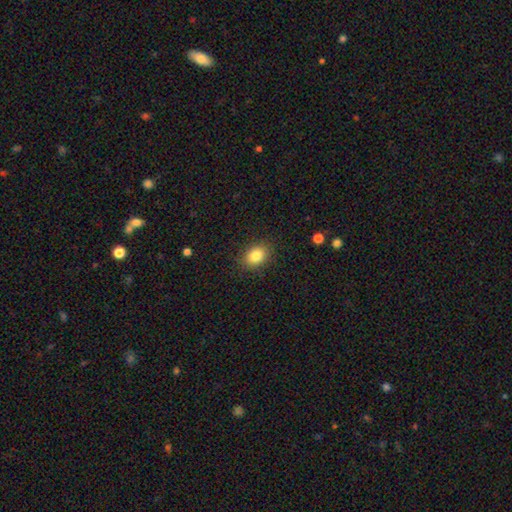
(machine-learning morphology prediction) Smooth or featured? Predicted: smooth (p=0.84). How rounded? Predicted: in between (p=0.70). Merging? Predicted: none (p=0.87).